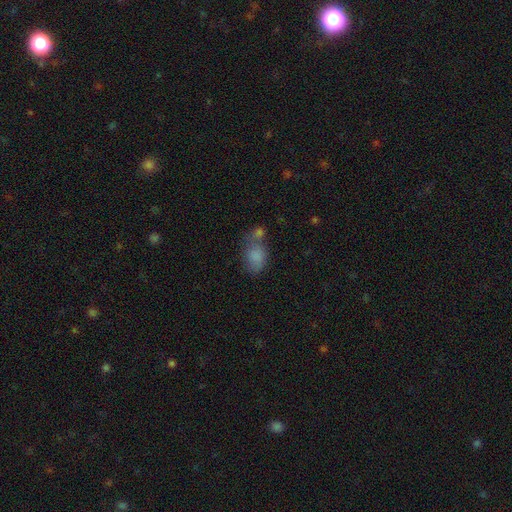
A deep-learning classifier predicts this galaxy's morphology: A smooth galaxy with no disk features (79%) that is in between round and cigar-shaped (80%).

Vote fractions:
- Smooth or featured? smooth: 79% / featured or disk: 11% / star or artifact: 10%
- How rounded? in between: 80% / round: 18% / cigar-shaped: 2%
- Merging? merger: 38% / none: 33% / minor disturbance: 18% / major disturbance: 11%